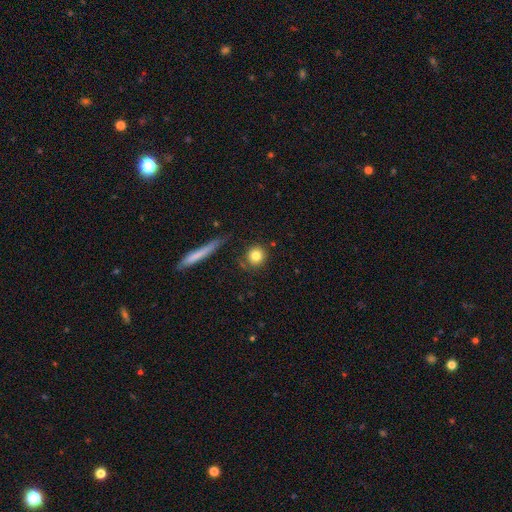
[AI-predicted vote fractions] Morphology: type=smooth (81%); roundness=round (90%); merging=none (83%).